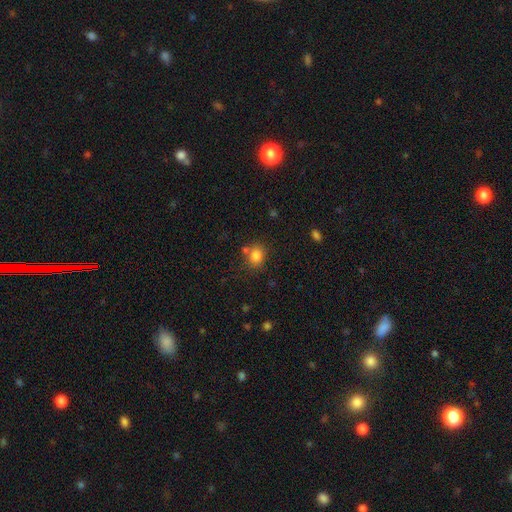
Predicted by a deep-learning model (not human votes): smooth-or-featured: smooth: 82% | star or artifact: 11% | featured or disk: 7%
  how-rounded: round: 63% | in between: 36% | cigar-shaped: 1%
  merging: none: 71% | merger: 13% | minor disturbance: 12% | major disturbance: 4%